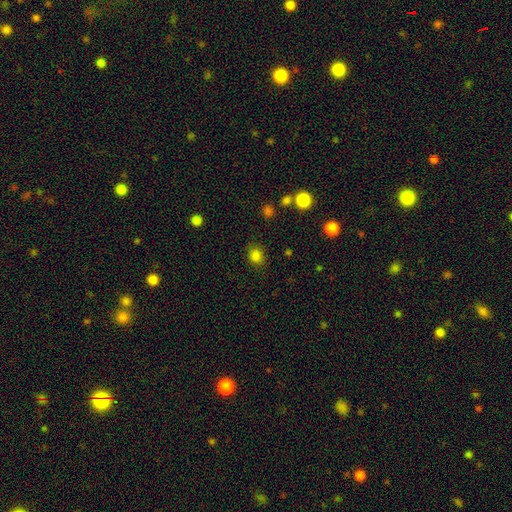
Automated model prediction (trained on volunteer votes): smooth-or-featured: smooth: 82% | star or artifact: 14% | featured or disk: 4%
  how-rounded: round: 72% | in between: 27% | cigar-shaped: 1%
  merging: none: 85% | minor disturbance: 10% | major disturbance: 3% | merger: 2%